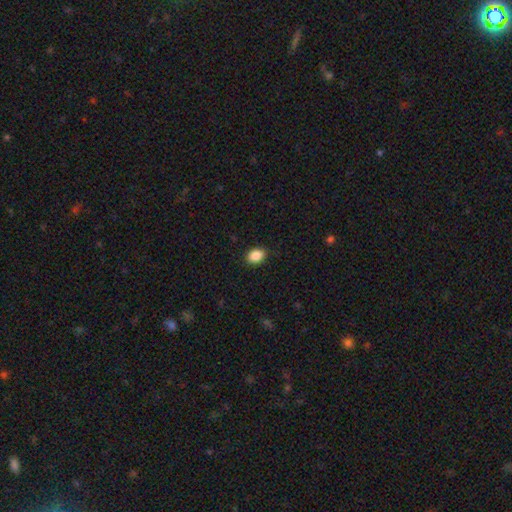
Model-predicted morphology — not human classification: Smooth or featured?
  - smooth: 88% *
  - star or artifact: 8%
  - featured or disk: 4%
How rounded?
  - in between: 78% *
  - round: 21%
  - cigar-shaped: 1%
Merging?
  - none: 89% *
  - minor disturbance: 8%
  - major disturbance: 2%
  - merger: 1%